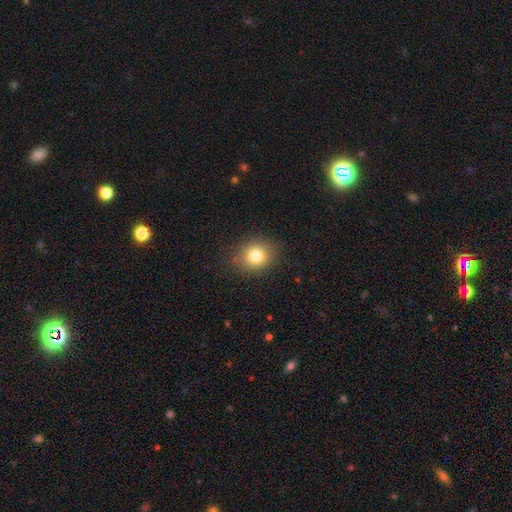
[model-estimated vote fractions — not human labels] smooth_or_featured: smooth (p=0.80) [alt: star or artifact p=0.11]
how_rounded: round (p=0.63) [alt: in between p=0.36]
merging: none (p=0.84) [alt: minor disturbance p=0.11]